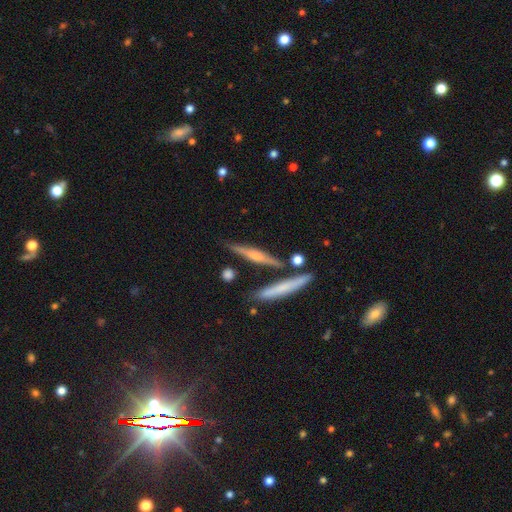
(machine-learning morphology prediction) featured or disk 65%, smooth 28%, star or artifact 7%. Down the decision tree: edge-on disk — yes (95%); edge-on bulge — rounded (69%); merging — none (78%).